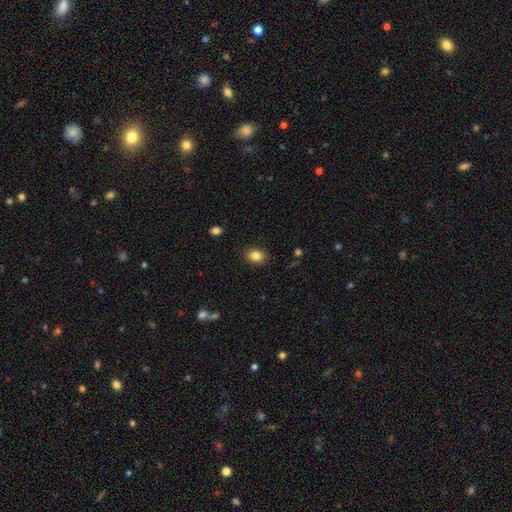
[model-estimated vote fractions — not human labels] Overall: smooth (85%). How rounded: in between (58%; round 41%). Merging: none (88%).